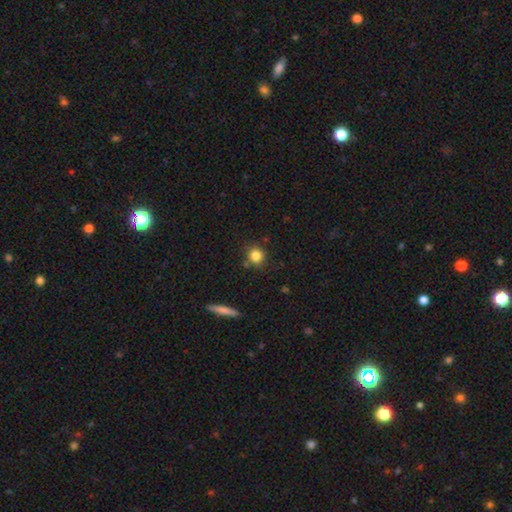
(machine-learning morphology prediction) Smooth or featured? smooth (82%)
How rounded? round (85%)
Merging? none (81%)